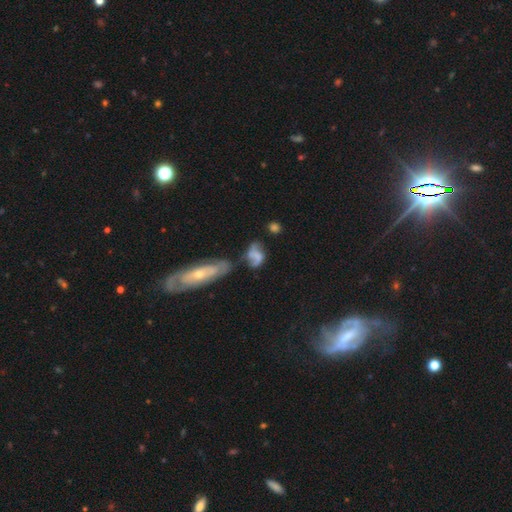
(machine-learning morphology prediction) Smooth or featured: featured or disk — 59% (smooth — 31%)
Edge-on disk: no — 94% (yes — 6%)
Bar: no — 57% (weak — 31%)
Spiral arms: yes — 77% (no — 23%)
Bulge size: none — 58% (small — 21%)
Merging: none — 37% (merger — 24%)